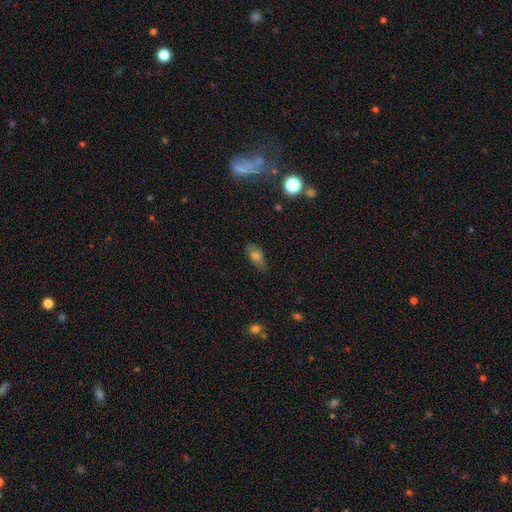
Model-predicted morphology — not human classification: Smooth or featured? Predicted: smooth (p=0.71). How rounded? Predicted: in between (p=0.85). Merging? Predicted: none (p=0.75).